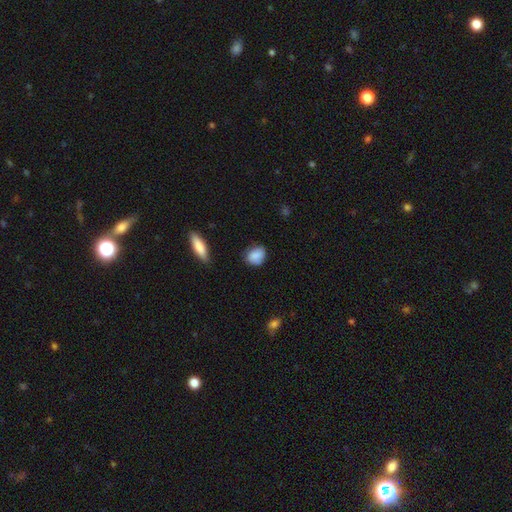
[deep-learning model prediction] Smooth or featured: smooth — 82% (featured or disk — 11%)
How rounded: in between — 60% (round — 38%)
Merging: none — 73% (minor disturbance — 21%)